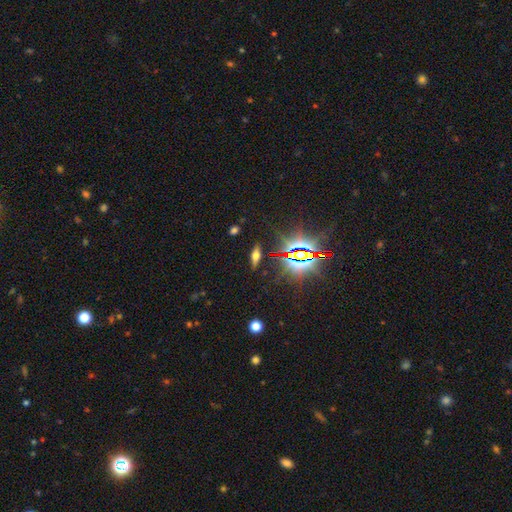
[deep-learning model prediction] Overall: smooth (39%; star or artifact 31%). Merging: none (86%).